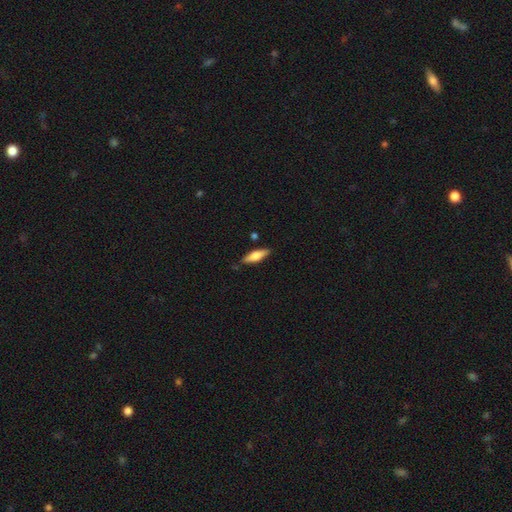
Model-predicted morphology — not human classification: This appears to be a smooth galaxy with no disk features (61%) that is cigar-shaped (55%). Merging: none (83%).